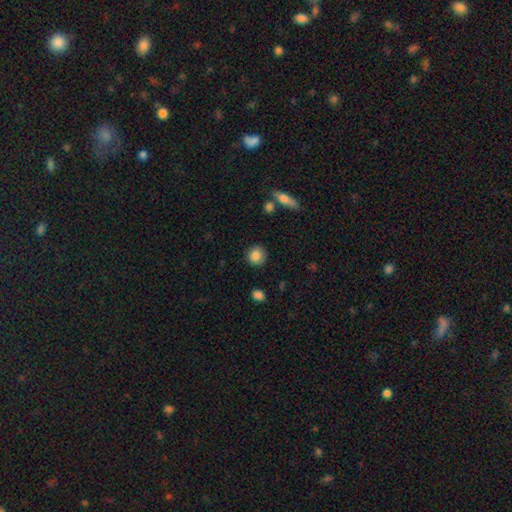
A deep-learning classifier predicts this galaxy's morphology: A smooth galaxy with no disk features (86%) that is round (90%). Merging: none (89%).